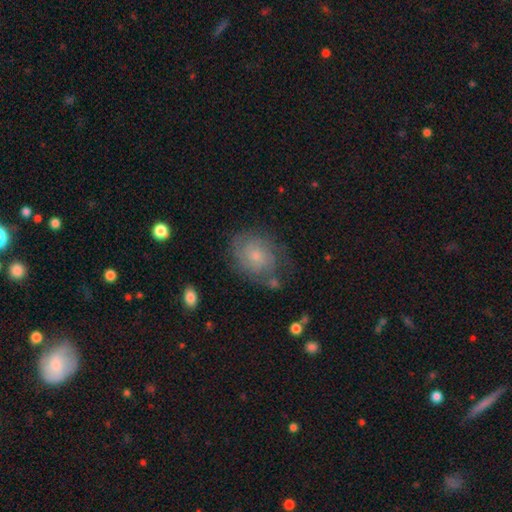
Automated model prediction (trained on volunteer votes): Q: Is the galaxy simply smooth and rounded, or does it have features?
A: featured or disk — 60%.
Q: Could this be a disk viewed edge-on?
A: no — 97%.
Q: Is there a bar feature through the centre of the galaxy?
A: no — 79%.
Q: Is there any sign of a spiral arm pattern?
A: yes — 86%.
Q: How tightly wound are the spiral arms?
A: tight — 63%.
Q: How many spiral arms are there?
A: can't tell — 45%.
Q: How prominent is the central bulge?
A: small — 66%.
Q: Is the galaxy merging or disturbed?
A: none — 67%.